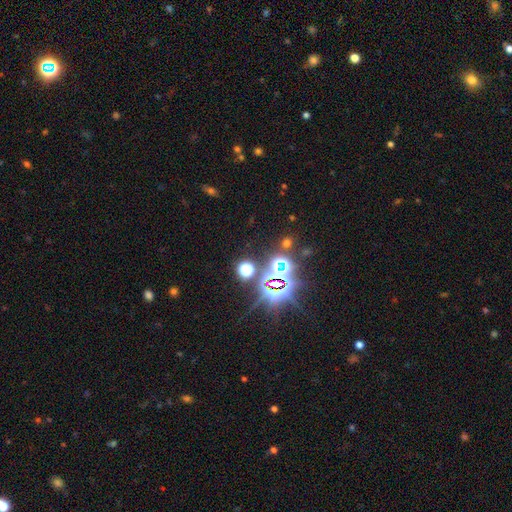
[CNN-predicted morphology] smooth_or_featured: star or artifact (p=0.82) [alt: smooth p=0.10]